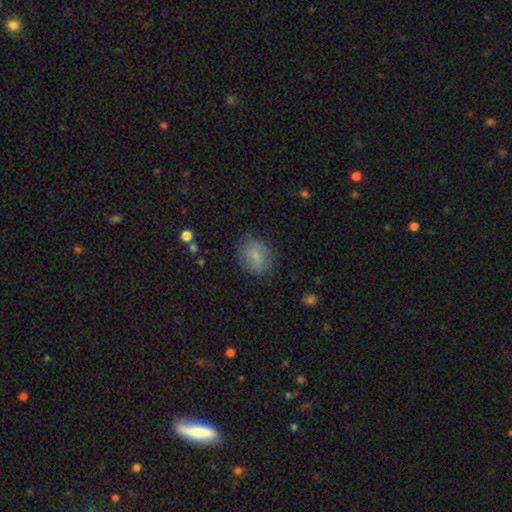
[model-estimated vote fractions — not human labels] This is clearly a smooth galaxy (82%). How rounded: possibly in between (54%). Merging: clearly none (82%).